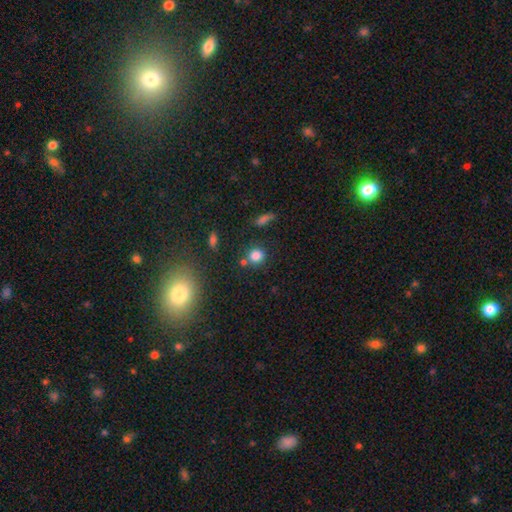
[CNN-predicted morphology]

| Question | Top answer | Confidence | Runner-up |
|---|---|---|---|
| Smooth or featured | smooth | 81% | star or artifact (13%) |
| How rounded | round | 80% | in between (18%) |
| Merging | none | 70% | merger (14%) |